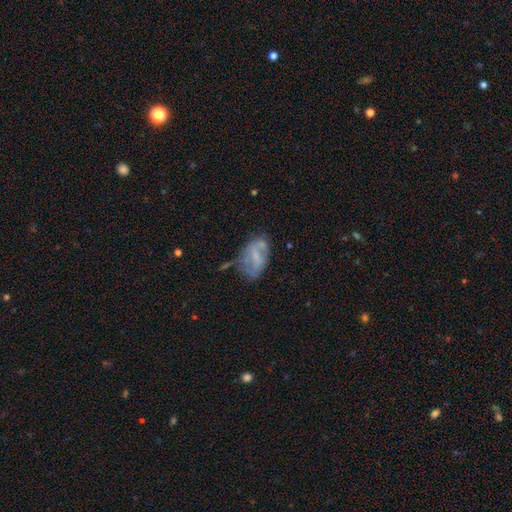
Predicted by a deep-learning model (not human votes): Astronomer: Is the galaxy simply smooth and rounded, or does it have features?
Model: featured or disk — 55% (runner-up: smooth, 36%).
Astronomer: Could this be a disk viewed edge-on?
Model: no — 96%.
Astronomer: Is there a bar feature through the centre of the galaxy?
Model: weak — 44% (runner-up: no, 40%).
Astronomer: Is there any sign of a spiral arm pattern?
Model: yes — 54% (runner-up: no, 46%).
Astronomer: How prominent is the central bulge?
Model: none — 40% (runner-up: small, 36%).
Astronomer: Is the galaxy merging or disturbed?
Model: none — 42% (runner-up: minor disturbance, 32%).